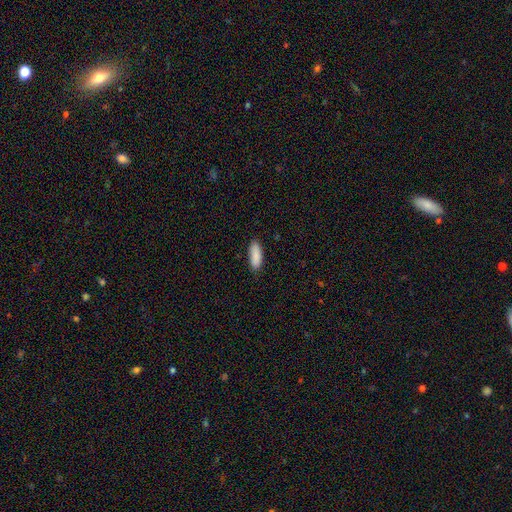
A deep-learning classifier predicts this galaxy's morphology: smooth_or_featured: smooth (p=0.90) [alt: star or artifact p=0.06]
how_rounded: in between (p=0.71) [alt: cigar-shaped p=0.28]
merging: none (p=0.86) [alt: minor disturbance p=0.11]